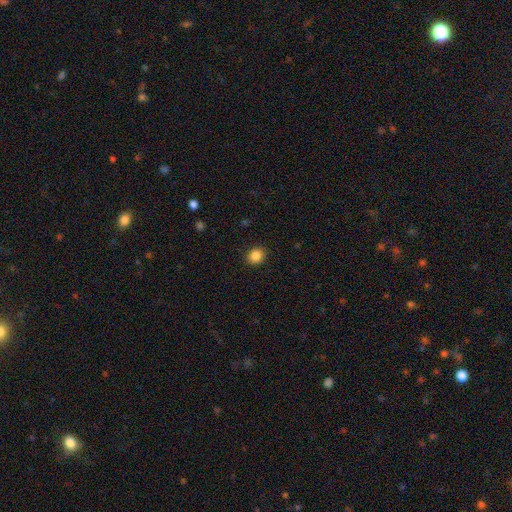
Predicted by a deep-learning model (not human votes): A smooth galaxy with no disk features (86%) that is round (77%). Merging: none (90%).